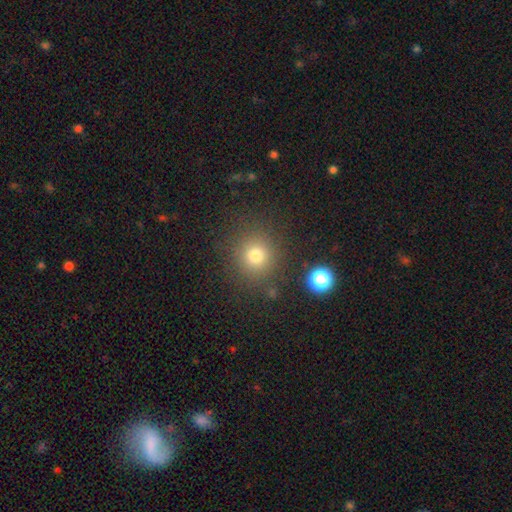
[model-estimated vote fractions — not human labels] Smooth or featured: smooth — 76% (star or artifact — 16%)
How rounded: round — 90% (in between — 9%)
Merging: none — 85% (minor disturbance — 8%)